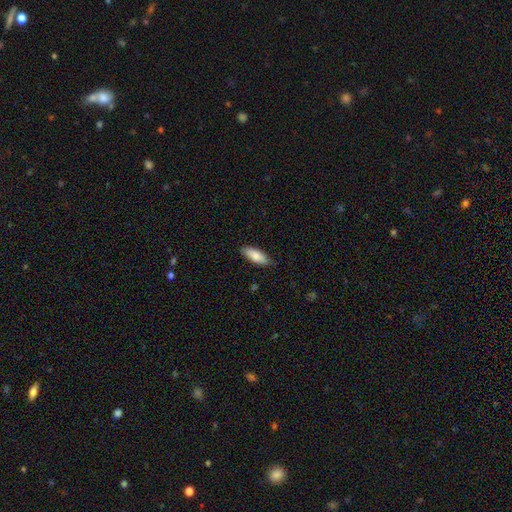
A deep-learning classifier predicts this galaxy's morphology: A smooth galaxy with no disk features (82%) that is in between round and cigar-shaped (67%).

Vote fractions:
- Smooth or featured? smooth: 82% / featured or disk: 12% / star or artifact: 6%
- How rounded? in between: 67% / cigar-shaped: 31% / round: 2%
- Merging? none: 85% / minor disturbance: 12% / major disturbance: 2% / merger: 1%